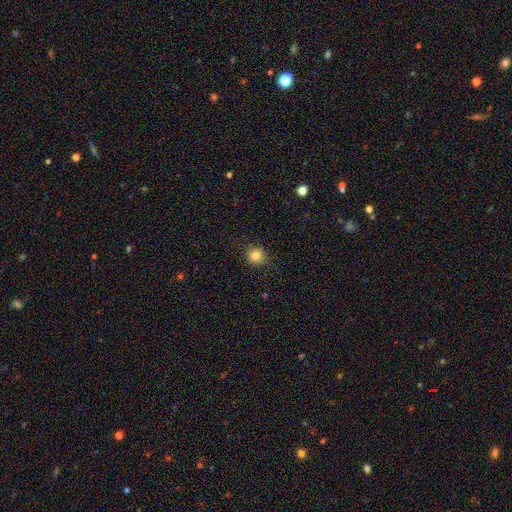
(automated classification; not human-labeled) smooth-or-featured: smooth: 81% | star or artifact: 12% | featured or disk: 7%
  how-rounded: round: 82% | in between: 17% | cigar-shaped: 1%
  merging: none: 82% | minor disturbance: 14% | major disturbance: 4% | merger: 1%